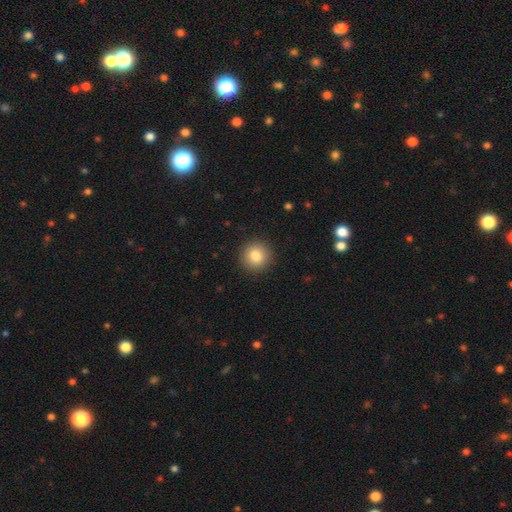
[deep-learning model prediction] Smooth or featured? Predicted: smooth (p=0.82). How rounded? Predicted: round (p=0.92). Merging? Predicted: none (p=0.91).